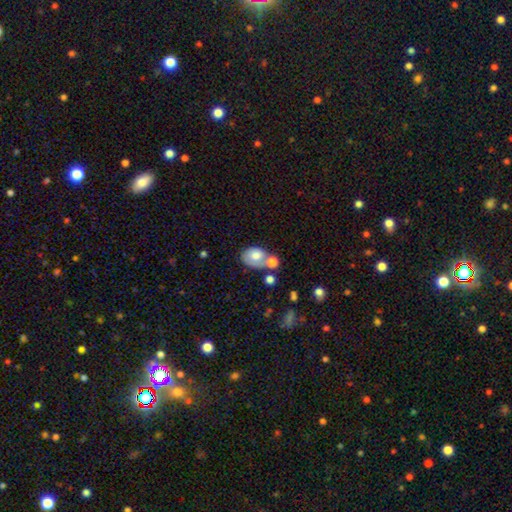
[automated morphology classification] Smooth or featured? smooth (66%)
How rounded? in between (72%)
Merging? merger (39%)